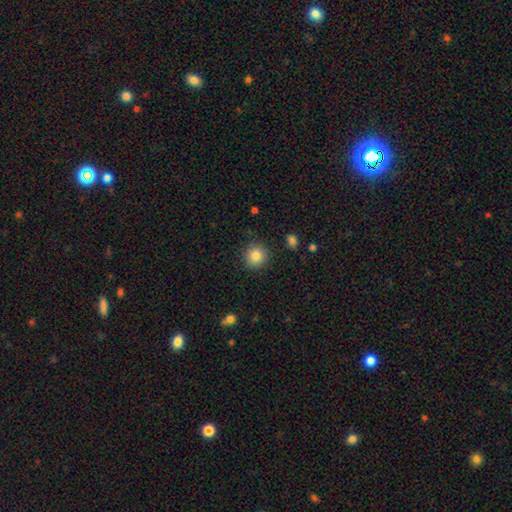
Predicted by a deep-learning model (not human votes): A smooth galaxy with no disk features (84%) that is round (92%).

Vote fractions:
- Smooth or featured? smooth: 84% / star or artifact: 10% / featured or disk: 6%
- How rounded? round: 92% / in between: 7% / cigar-shaped: 1%
- Merging? none: 90% / minor disturbance: 7% / major disturbance: 2% / merger: 1%